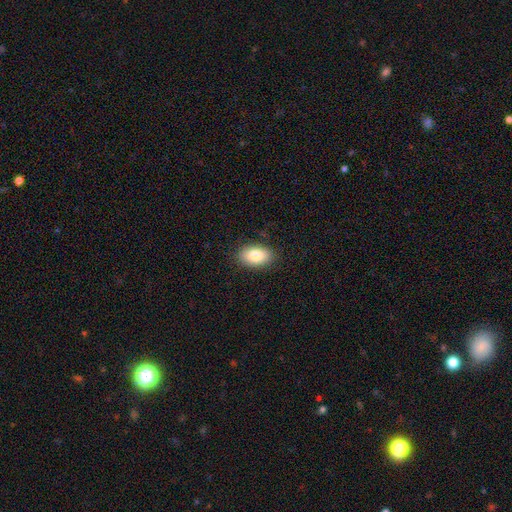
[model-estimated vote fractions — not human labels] Smooth or featured? smooth (83%)
How rounded? in between (91%)
Merging? none (88%)